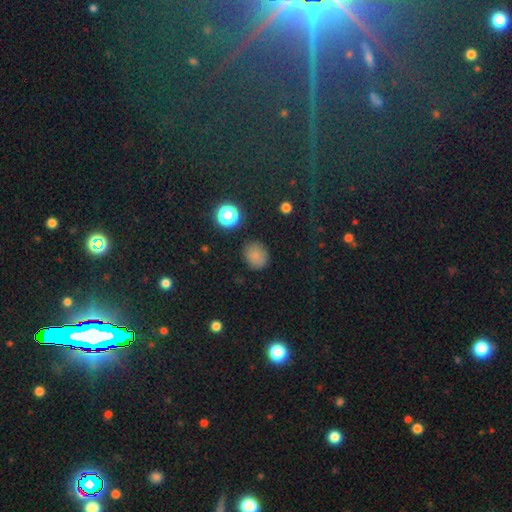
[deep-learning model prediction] Smooth or featured? smooth (77%)
How rounded? round (73%)
Merging? none (80%)